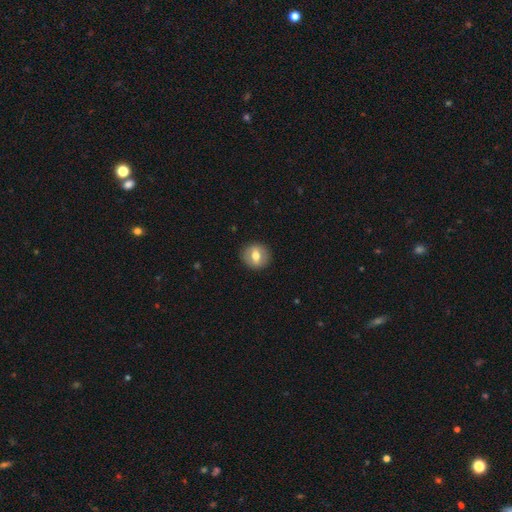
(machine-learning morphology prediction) The model was most divided on "smooth or featured": smooth: 60%, featured or disk: 31%, star or artifact: 8%. More confident: merging — none (89%); how rounded — round (80%).